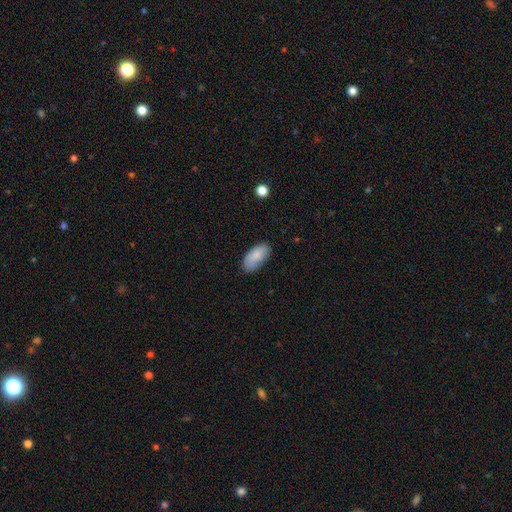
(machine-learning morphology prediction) Smooth or featured: smooth — 86% (featured or disk — 8%)
How rounded: in between — 93% (cigar-shaped — 4%)
Merging: none — 73% (minor disturbance — 21%)